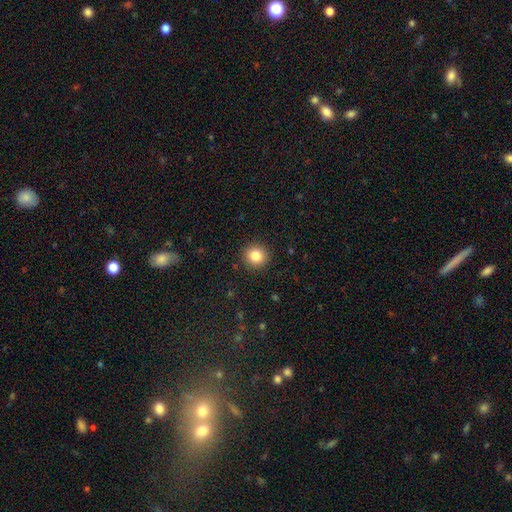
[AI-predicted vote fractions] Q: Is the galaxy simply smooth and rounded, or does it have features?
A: smooth — 83%.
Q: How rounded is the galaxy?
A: round — 92%.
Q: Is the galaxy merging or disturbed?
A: none — 91%.